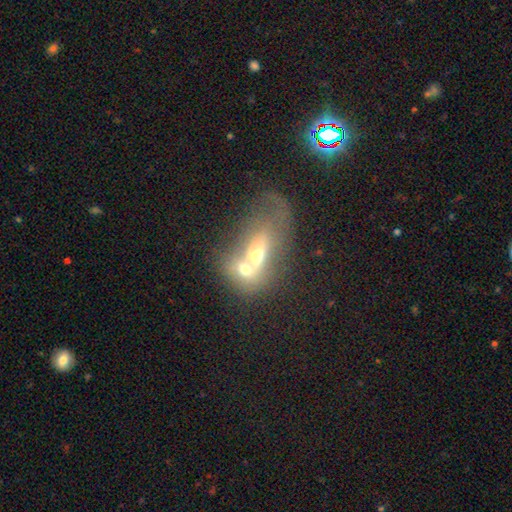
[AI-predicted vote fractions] The model was most divided on "smooth or featured": smooth: 51%, featured or disk: 37%, star or artifact: 11%. More confident: merging — merger (74%); how rounded — in between (66%).